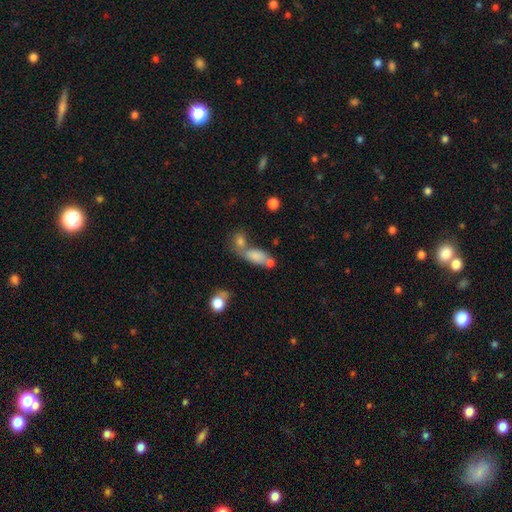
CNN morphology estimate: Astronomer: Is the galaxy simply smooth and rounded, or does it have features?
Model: smooth — 77%.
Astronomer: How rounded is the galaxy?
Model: in between — 81%.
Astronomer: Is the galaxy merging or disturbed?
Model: merger — 42% (runner-up: none, 37%).